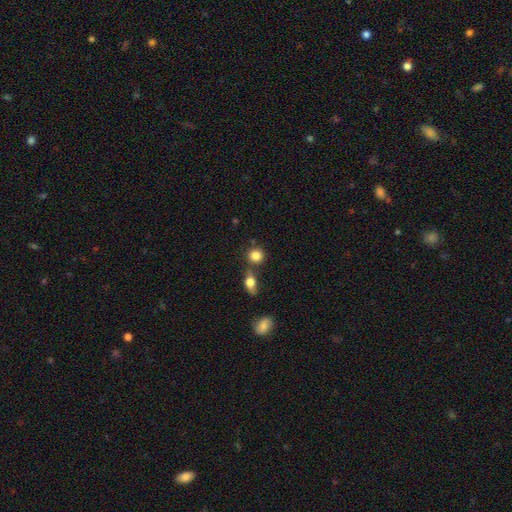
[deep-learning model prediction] This appears to be a smooth galaxy with no disk features (83%) that is round (82%). Merging: none (65%).